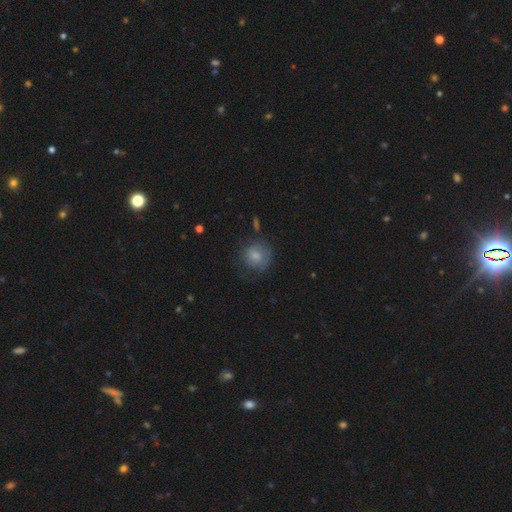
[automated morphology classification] Q: Smooth or featured?
A: smooth (71%); runner-up: featured or disk (21%)
Q: How rounded?
A: round (84%); runner-up: in between (15%)
Q: Merging?
A: none (63%); runner-up: minor disturbance (22%)